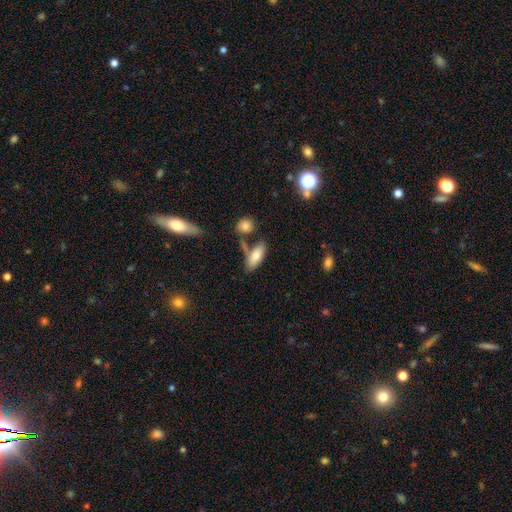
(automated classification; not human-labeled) smooth_or_featured: smooth (p=0.76) [alt: featured or disk p=0.17]
how_rounded: in between (p=0.78) [alt: cigar-shaped p=0.20]
merging: none (p=0.60) [alt: merger p=0.18]